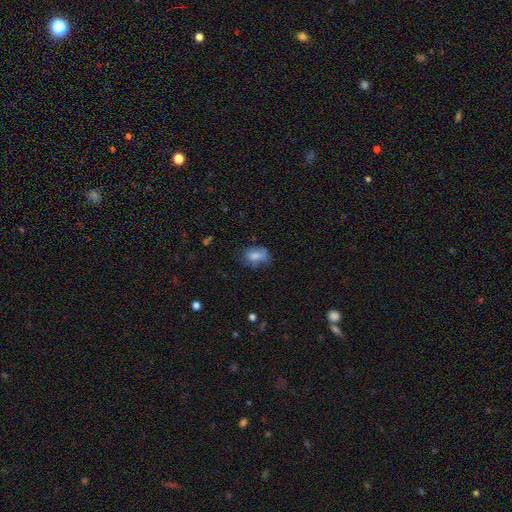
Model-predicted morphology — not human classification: This appears to be a smooth galaxy with no disk features (76%) that is in between round and cigar-shaped (82%). Merging: none (54%).